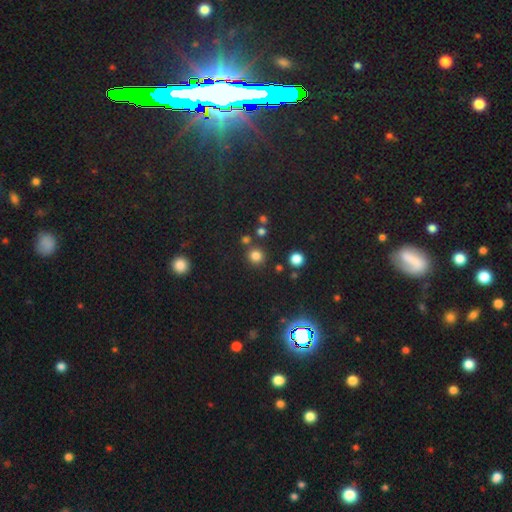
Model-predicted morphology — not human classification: This is likely a smooth galaxy (77%). How rounded: clearly round (93%). Merging: clearly none (82%).